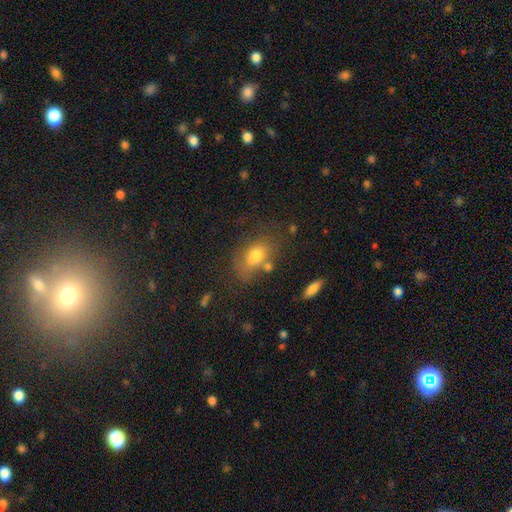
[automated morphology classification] Q: Smooth or featured?
A: smooth (69%); runner-up: featured or disk (19%)
Q: How rounded?
A: in between (77%); runner-up: round (20%)
Q: Merging?
A: none (59%); runner-up: minor disturbance (21%)